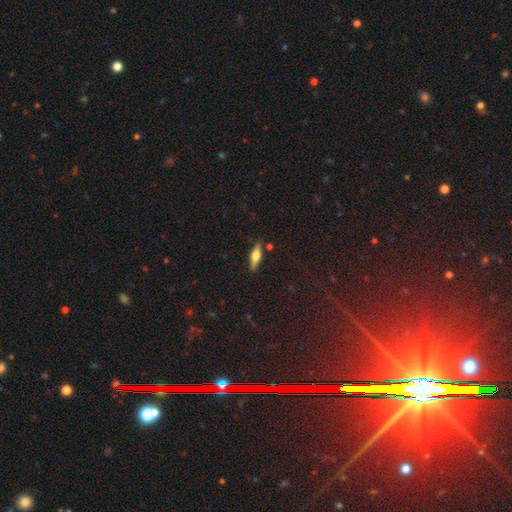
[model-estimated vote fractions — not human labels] The model was most divided on "smooth or featured": featured or disk: 53%, smooth: 40%, star or artifact: 7%. More confident: edge-on disk — yes (94%); edge-on bulge — rounded (92%); merging — none (86%).